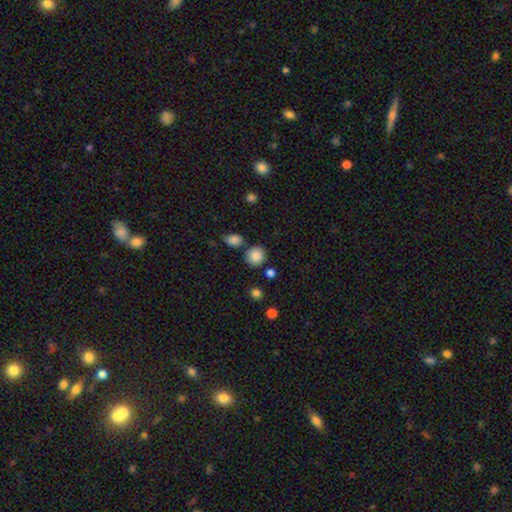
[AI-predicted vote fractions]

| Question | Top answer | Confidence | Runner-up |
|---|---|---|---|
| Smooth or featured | smooth | 85% | star or artifact (10%) |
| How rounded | round | 86% | in between (13%) |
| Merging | none | 77% | minor disturbance (11%) |